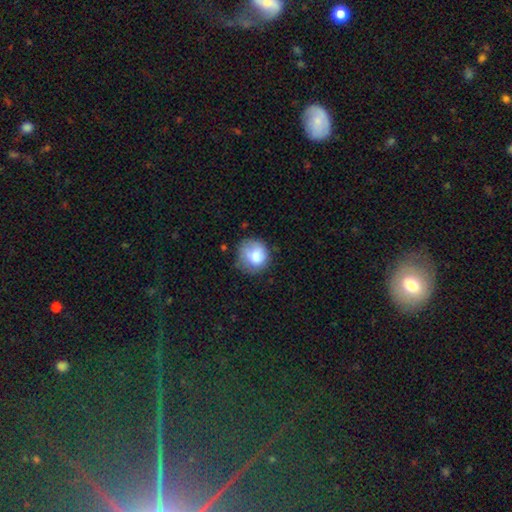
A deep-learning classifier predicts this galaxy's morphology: This appears to be a smooth galaxy with no disk features (78%) that is round (79%). Merging: none (59%).